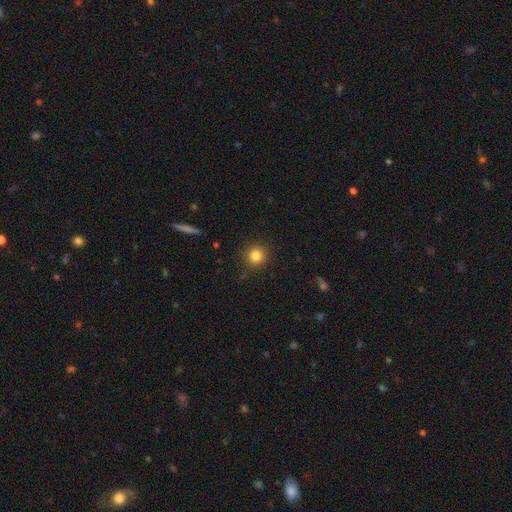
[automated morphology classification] Smooth or featured?
  - smooth: 83% *
  - star or artifact: 11%
  - featured or disk: 6%
How rounded?
  - round: 93% *
  - in between: 6%
  - cigar-shaped: 1%
Merging?
  - none: 89% *
  - minor disturbance: 8%
  - major disturbance: 2%
  - merger: 1%